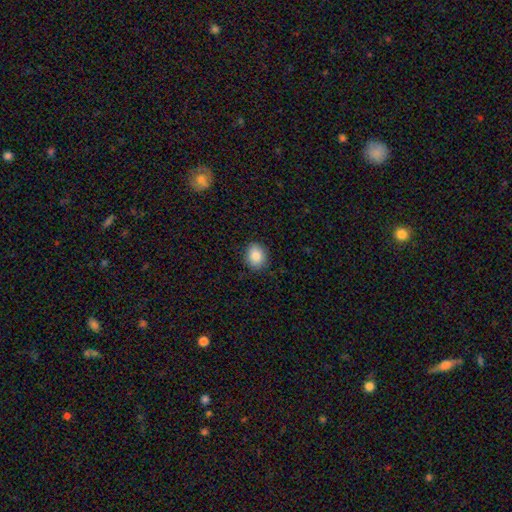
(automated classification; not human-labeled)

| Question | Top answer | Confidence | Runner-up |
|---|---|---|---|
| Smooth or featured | smooth | 85% | star or artifact (9%) |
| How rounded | round | 50% | in between (49%) |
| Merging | none | 87% | minor disturbance (9%) |